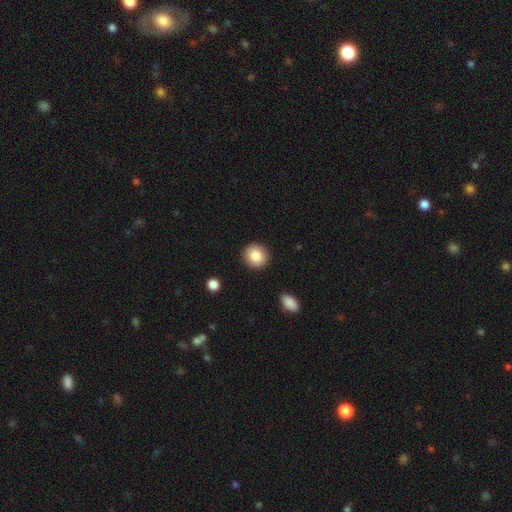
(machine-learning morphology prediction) Smooth or featured? smooth (85%)
How rounded? round (87%)
Merging? none (90%)